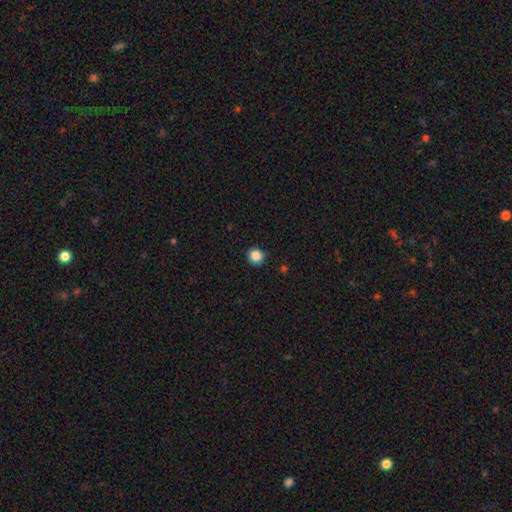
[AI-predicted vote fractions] Smooth or featured? Predicted: smooth (p=0.87). How rounded? Predicted: round (p=0.92). Merging? Predicted: none (p=0.91).